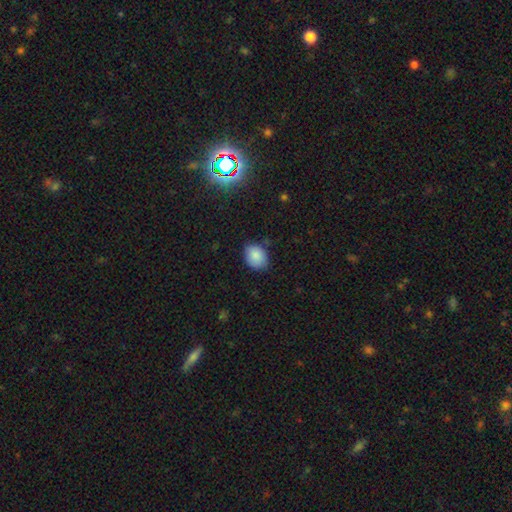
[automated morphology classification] Smooth or featured? smooth (86%)
How rounded? in between (61%)
Merging? none (76%)